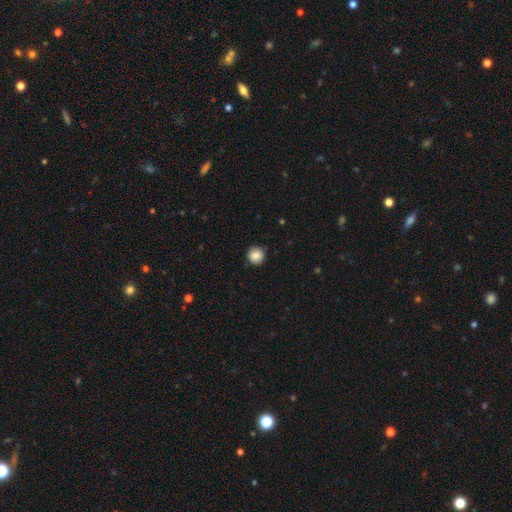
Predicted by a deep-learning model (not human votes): Smooth or featured: smooth — 86% (star or artifact — 9%)
How rounded: round — 93% (in between — 6%)
Merging: none — 86% (minor disturbance — 11%)